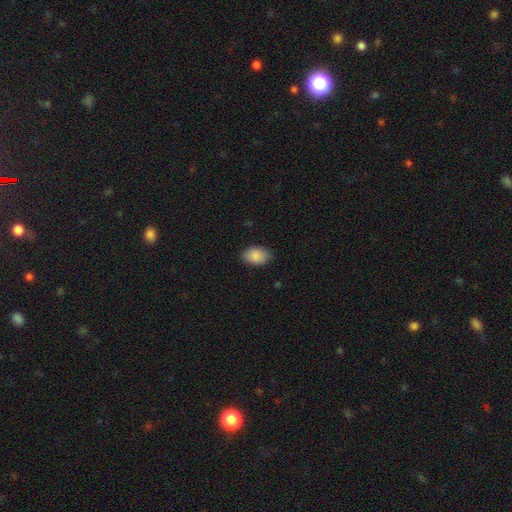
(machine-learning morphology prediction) smooth_or_featured: smooth (p=0.89) [alt: star or artifact p=0.07]
how_rounded: in between (p=0.83) [alt: round p=0.16]
merging: none (p=0.84) [alt: minor disturbance p=0.13]